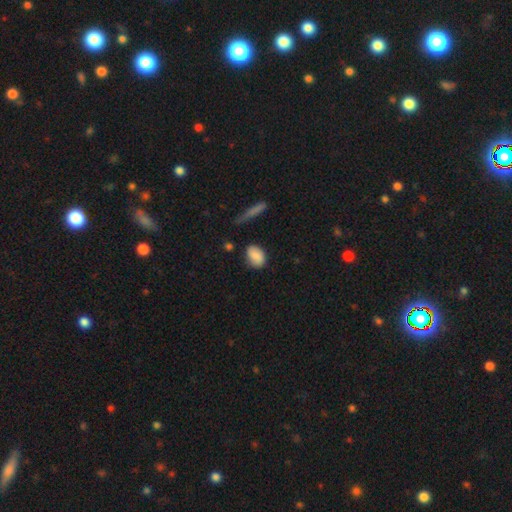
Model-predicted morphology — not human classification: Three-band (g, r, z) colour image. It shows a smooth galaxy with no disk features (86%) that is in between round and cigar-shaped (76%). Merging: none (71%).